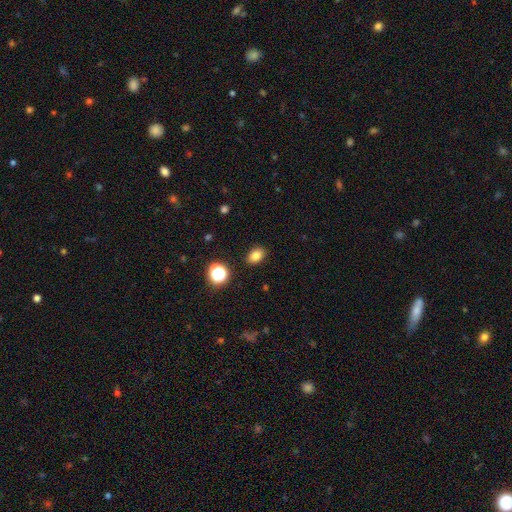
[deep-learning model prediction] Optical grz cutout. It shows a smooth galaxy with no disk features (80%) that is in between round and cigar-shaped (74%). Merging: none (88%).